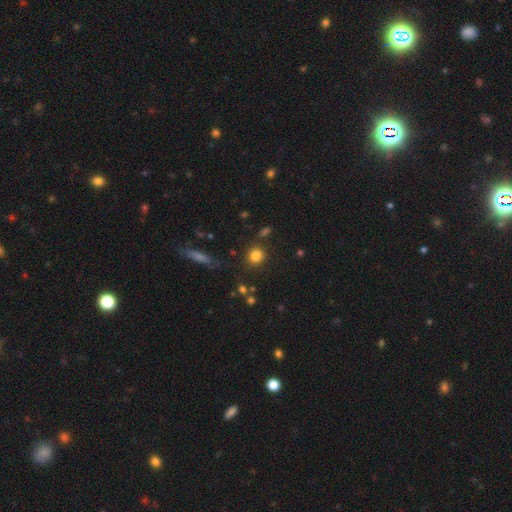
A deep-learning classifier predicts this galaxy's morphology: A smooth galaxy with no disk features (82%) that is round (84%).

Vote fractions:
- Smooth or featured? smooth: 82% / star or artifact: 11% / featured or disk: 7%
- How rounded? round: 84% / in between: 14% / cigar-shaped: 2%
- Merging? none: 84% / minor disturbance: 8% / merger: 4% / major disturbance: 3%